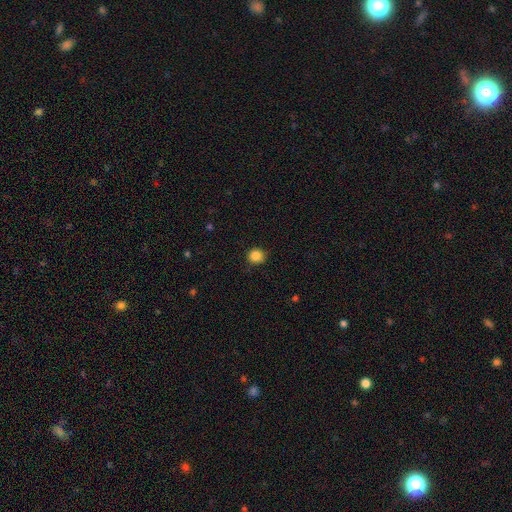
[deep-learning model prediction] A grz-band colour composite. It shows a smooth galaxy with no disk features (86%) that is round (89%). Merging: none (84%).